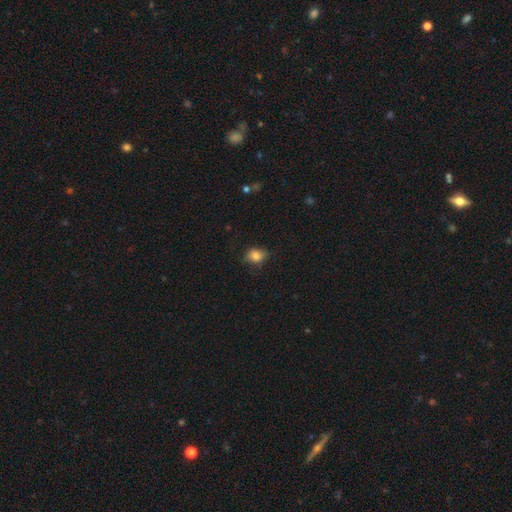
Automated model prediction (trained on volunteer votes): Smooth or featured?
  - smooth: 80% *
  - featured or disk: 10%
  - star or artifact: 10%
How rounded?
  - in between: 55% *
  - round: 43%
  - cigar-shaped: 2%
Merging?
  - none: 69% *
  - minor disturbance: 24%
  - major disturbance: 6%
  - merger: 1%